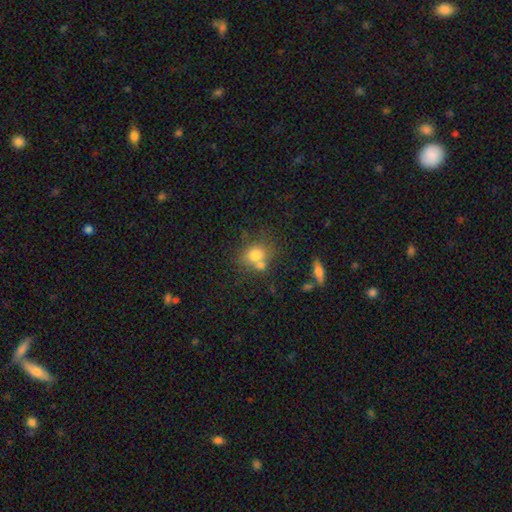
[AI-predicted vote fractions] Smooth or featured?
  - smooth: 75% *
  - featured or disk: 14%
  - star or artifact: 11%
How rounded?
  - round: 58% *
  - in between: 41%
  - cigar-shaped: 1%
Merging?
  - none: 46% *
  - merger: 36%
  - minor disturbance: 12%
  - major disturbance: 5%